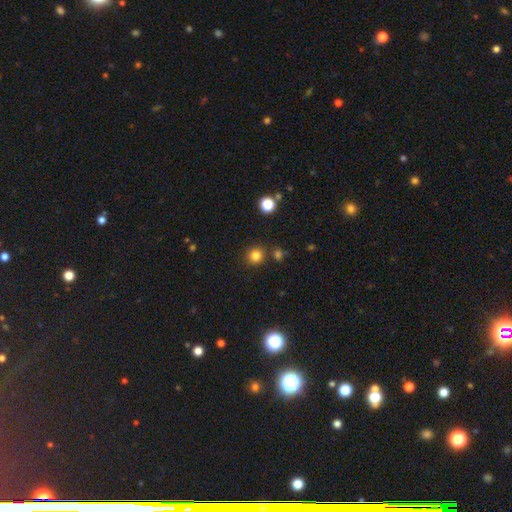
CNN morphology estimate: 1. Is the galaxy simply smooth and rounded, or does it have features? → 81% smooth, 14% star or artifact, 5% featured or disk.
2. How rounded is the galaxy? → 91% round, 8% in between, 1% cigar-shaped.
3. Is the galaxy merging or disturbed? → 85% none, 7% minor disturbance, 5% merger, 3% major disturbance.